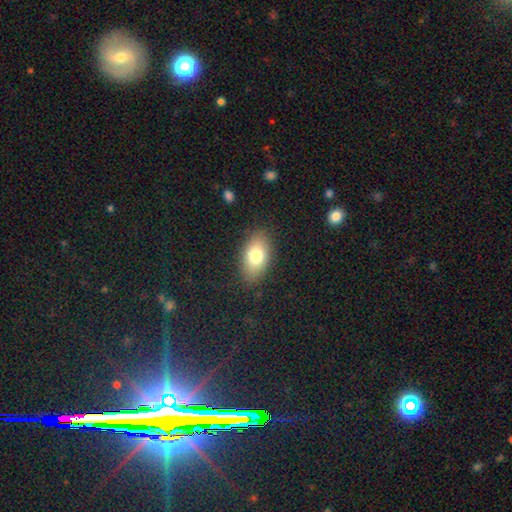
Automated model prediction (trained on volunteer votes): Smooth or featured: smooth — 77% (featured or disk — 14%)
How rounded: in between — 90% (round — 8%)
Merging: none — 84% (minor disturbance — 11%)